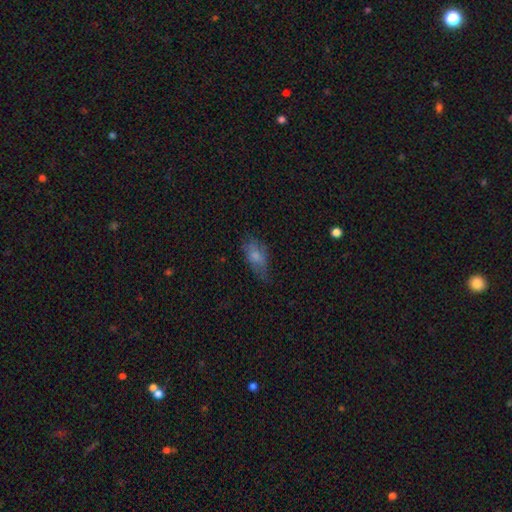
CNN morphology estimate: This appears to be a smooth galaxy with no disk features (68%) that is in between round and cigar-shaped (87%). Merging: none (50%).